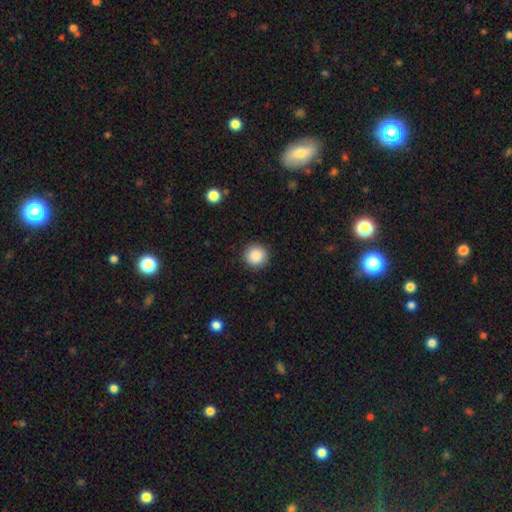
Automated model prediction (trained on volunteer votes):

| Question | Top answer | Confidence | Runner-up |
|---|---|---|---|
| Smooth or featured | smooth | 88% | star or artifact (8%) |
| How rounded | round | 95% | in between (4%) |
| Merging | none | 91% | minor disturbance (6%) |